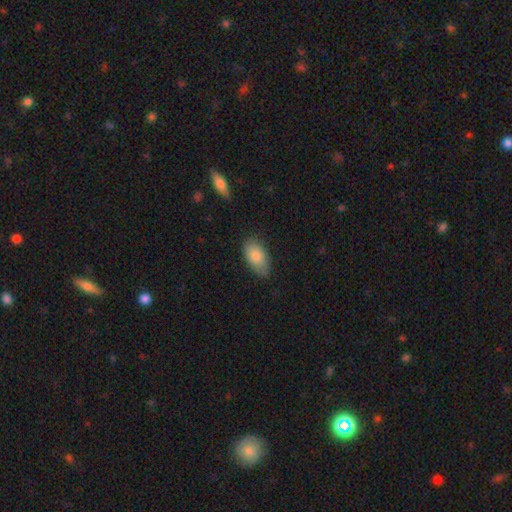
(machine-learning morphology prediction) Smooth or featured?
  - smooth: 83% *
  - featured or disk: 11%
  - star or artifact: 6%
How rounded?
  - in between: 93% *
  - round: 4%
  - cigar-shaped: 3%
Merging?
  - none: 81% *
  - minor disturbance: 15%
  - major disturbance: 3%
  - merger: 1%